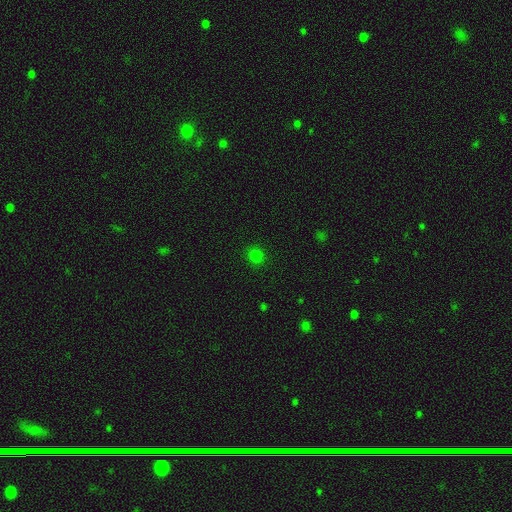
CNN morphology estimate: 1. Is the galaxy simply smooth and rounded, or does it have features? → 78% smooth, 18% star or artifact, 4% featured or disk.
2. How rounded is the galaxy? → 85% round, 14% in between, 1% cigar-shaped.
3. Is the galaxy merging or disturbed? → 89% none, 7% minor disturbance, 2% major disturbance, 1% merger.